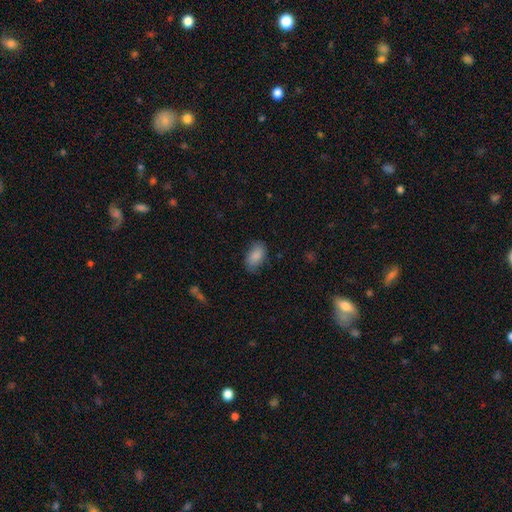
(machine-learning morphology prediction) The model was most divided on "merging": none: 75%, minor disturbance: 19%, major disturbance: 5%, merger: 1%. More confident: how rounded — in between (92%); smooth or featured — smooth (86%).